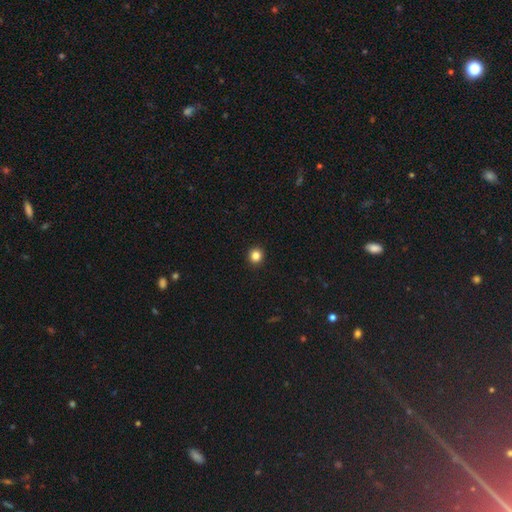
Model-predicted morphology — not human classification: smooth-or-featured: smooth: 84% | star or artifact: 12% | featured or disk: 4%
  how-rounded: round: 94% | in between: 5% | cigar-shaped: 1%
  merging: none: 94% | minor disturbance: 4% | major disturbance: 1% | merger: 1%